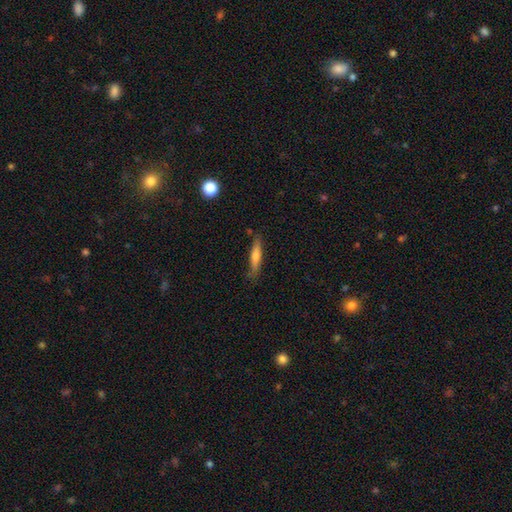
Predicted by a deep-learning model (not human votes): Morphology: type=smooth (61%); roundness=cigar-shaped (87%); merging=none (80%).